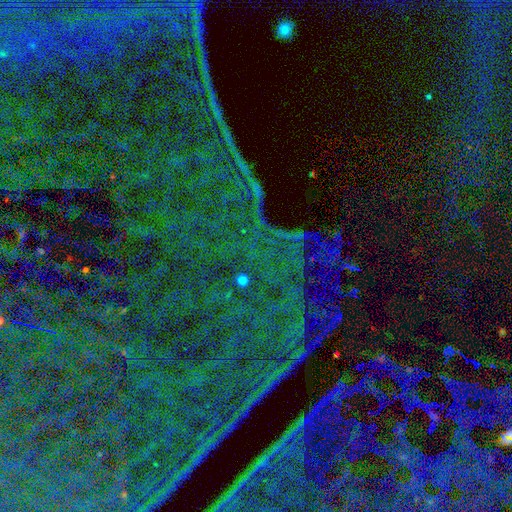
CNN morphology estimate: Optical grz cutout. It shows a star or artifact, not a galaxy (87%).